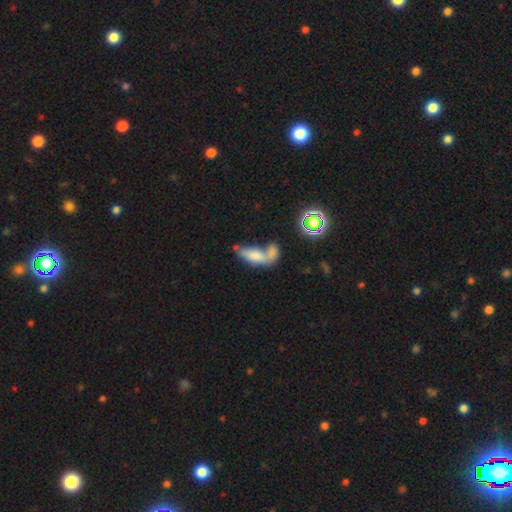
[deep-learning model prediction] A smooth galaxy with no disk features (66%) that is in between round and cigar-shaped (70%).

Vote fractions:
- Smooth or featured? smooth: 66% / featured or disk: 23% / star or artifact: 11%
- How rounded? in between: 70% / cigar-shaped: 25% / round: 5%
- Merging? merger: 58% / none: 20% / major disturbance: 11% / minor disturbance: 10%